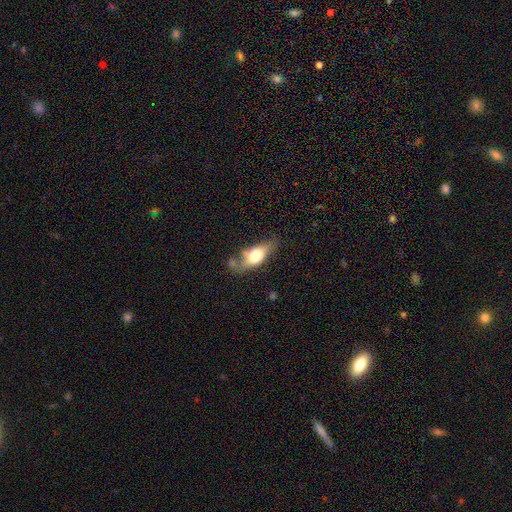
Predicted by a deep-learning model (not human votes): A smooth galaxy with no disk features (58%) that is in between round and cigar-shaped (76%). Merging: none (48%).